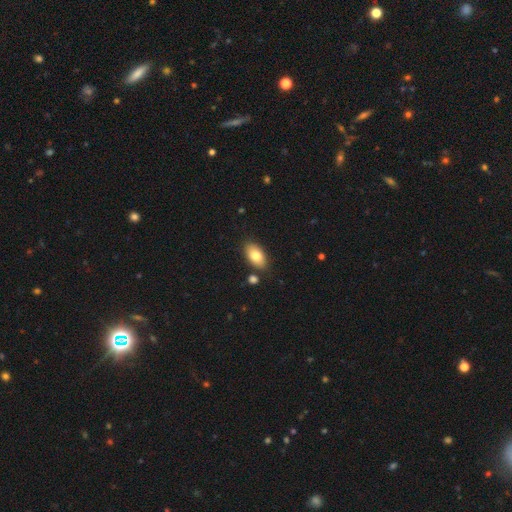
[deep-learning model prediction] Morphology: type=smooth (80%); roundness=in between (93%); merging=none (82%).